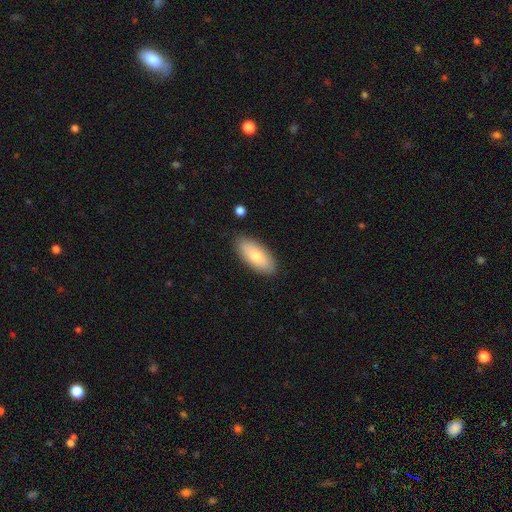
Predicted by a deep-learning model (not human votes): This is likely a smooth galaxy (75%). How rounded: clearly in between (88%). Merging: clearly none (85%).